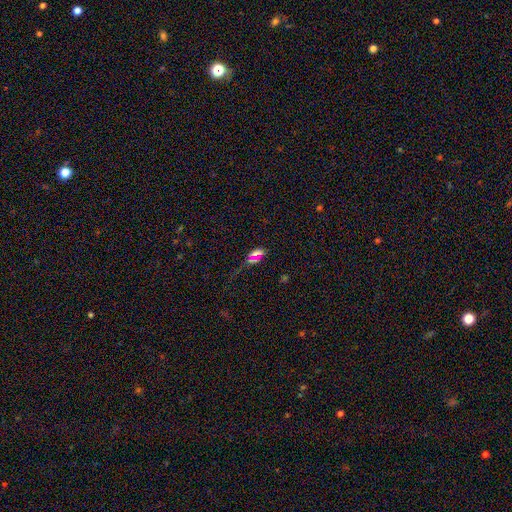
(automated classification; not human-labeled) smooth_or_featured: smooth (p=0.46) [alt: star or artifact p=0.41]
merging: none (p=0.59) [alt: minor disturbance p=0.19]